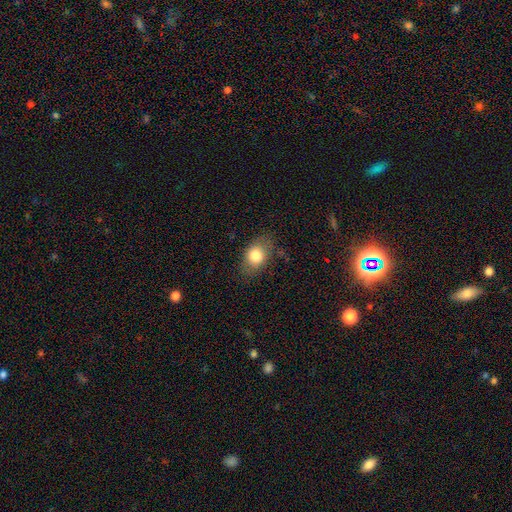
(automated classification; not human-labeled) Smooth or featured? smooth (79%)
How rounded? in between (75%)
Merging? none (75%)